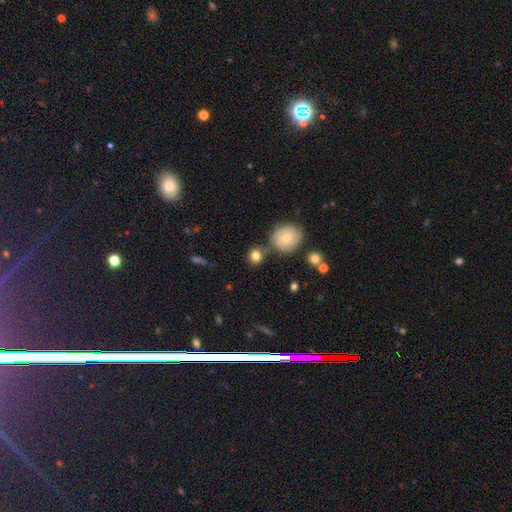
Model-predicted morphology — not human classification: A smooth galaxy with no disk features (79%) that is round (80%). Merging: none (69%).